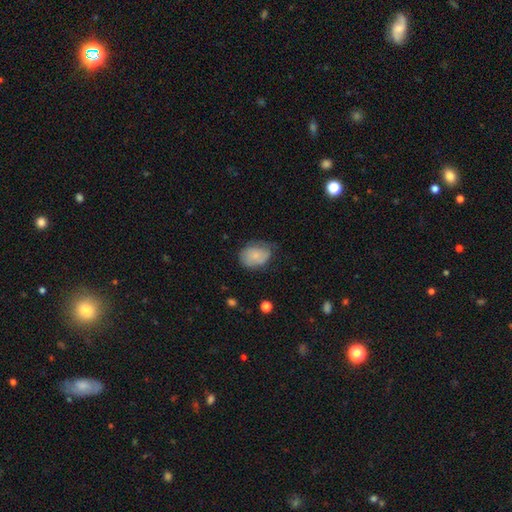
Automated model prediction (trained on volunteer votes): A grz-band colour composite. It shows a smooth galaxy with no disk features (75%) that is in between round and cigar-shaped (69%). Merging: none (52%).